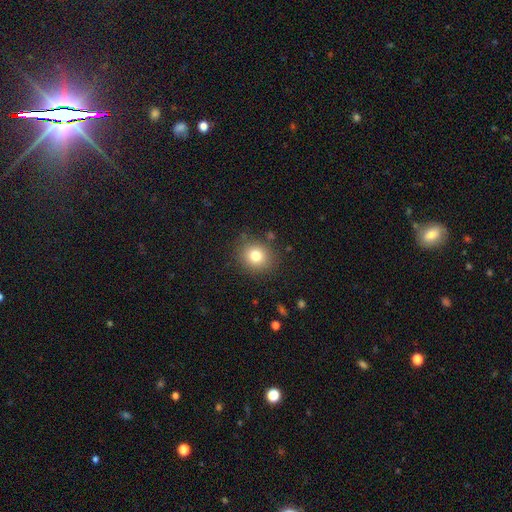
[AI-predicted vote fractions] Overall: smooth (79%). How rounded: round (78%). Merging: none (85%).